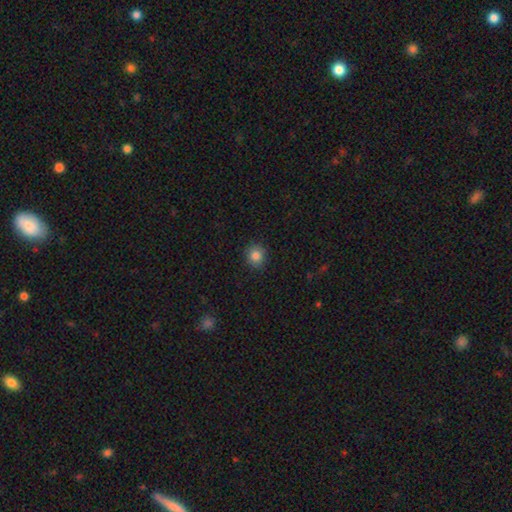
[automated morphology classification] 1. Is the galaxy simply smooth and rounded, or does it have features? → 84% smooth, 11% star or artifact, 6% featured or disk.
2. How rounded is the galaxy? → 88% round, 11% in between, 1% cigar-shaped.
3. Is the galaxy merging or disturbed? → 91% none, 6% minor disturbance, 2% major disturbance, 1% merger.